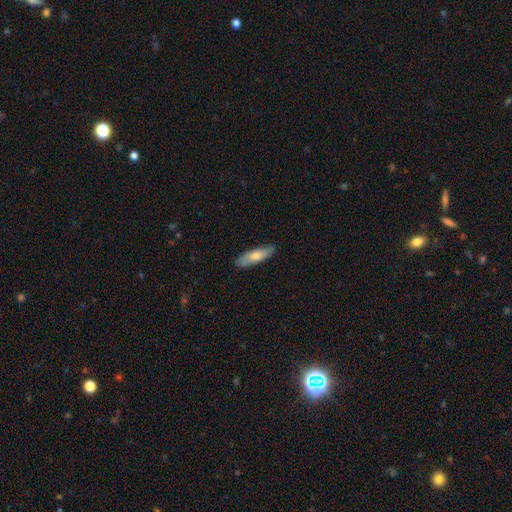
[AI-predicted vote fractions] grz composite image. It shows a smooth galaxy with no disk features (67%) that is cigar-shaped (58%). Merging: none (81%).